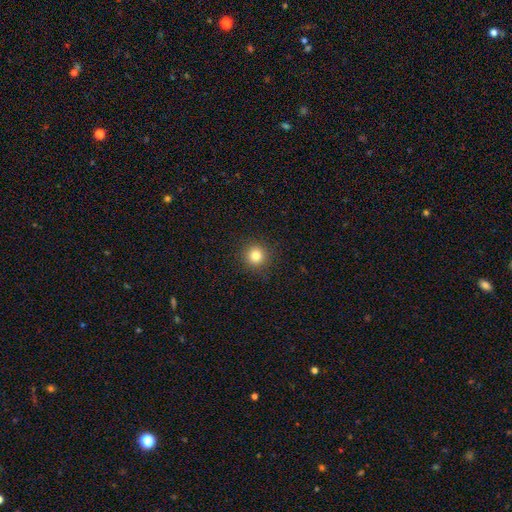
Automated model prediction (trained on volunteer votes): A smooth galaxy with no disk features (82%) that is round (94%). Merging: none (91%).